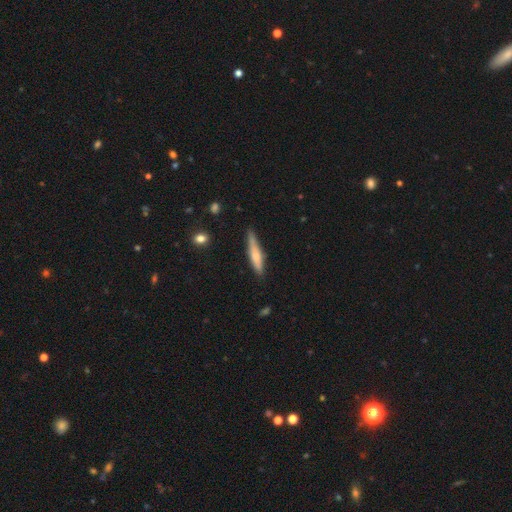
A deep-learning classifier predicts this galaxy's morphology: Overall: smooth (58%; featured or disk 37%). How rounded: cigar-shaped (88%). Merging: none (77%).